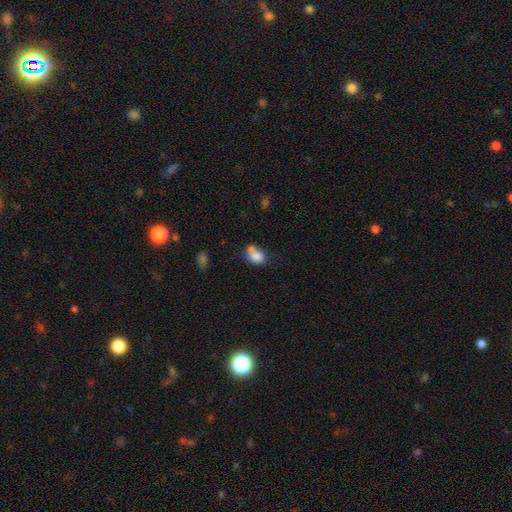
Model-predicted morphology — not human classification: Smooth or featured?
  - smooth: 81% *
  - featured or disk: 10%
  - star or artifact: 9%
How rounded?
  - in between: 70% *
  - round: 29%
  - cigar-shaped: 1%
Merging?
  - none: 39% *
  - merger: 27%
  - minor disturbance: 23%
  - major disturbance: 10%